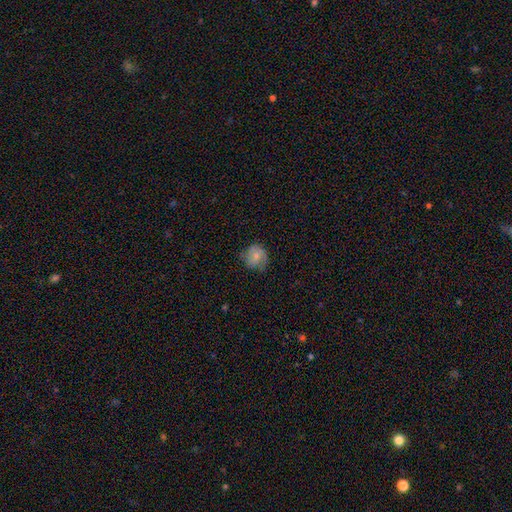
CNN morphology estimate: Overall: smooth (58%; featured or disk 35%). How rounded: round (78%). Merging: none (59%; minor disturbance 29%).